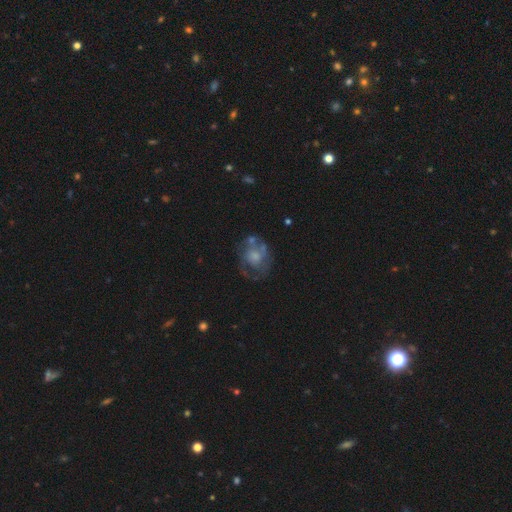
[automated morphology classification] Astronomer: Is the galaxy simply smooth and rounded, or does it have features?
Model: featured or disk — 55% (runner-up: smooth, 37%).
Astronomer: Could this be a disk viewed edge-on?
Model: no — 97%.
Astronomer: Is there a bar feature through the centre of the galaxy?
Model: no — 84%.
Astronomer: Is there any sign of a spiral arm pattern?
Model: no — 63%.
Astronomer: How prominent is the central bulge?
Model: moderate — 39% (runner-up: small, 24%).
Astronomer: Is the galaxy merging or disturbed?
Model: none — 47% (runner-up: major disturbance, 24%).